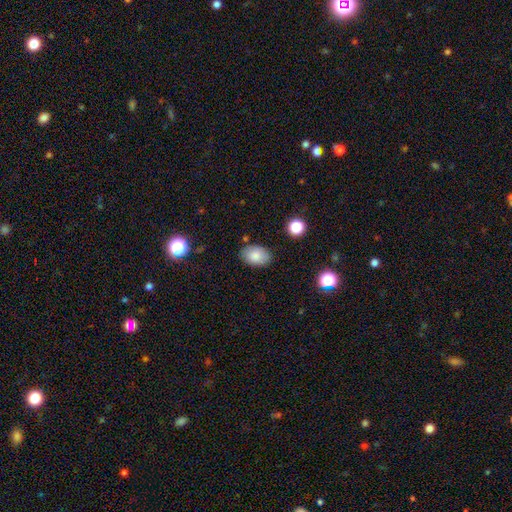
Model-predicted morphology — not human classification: smooth 85%, star or artifact 8%, featured or disk 7%. Down the decision tree: how rounded — in between (85%); merging — none (82%).